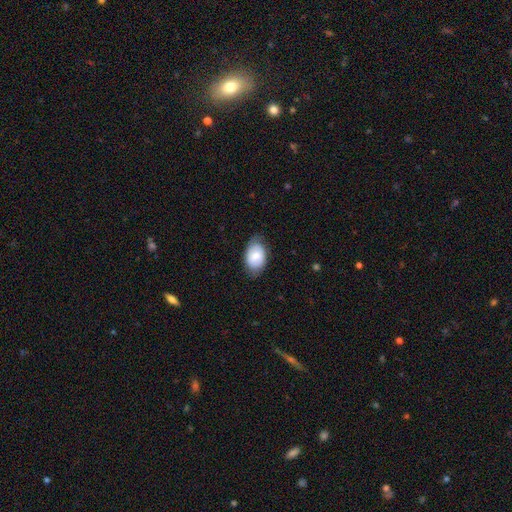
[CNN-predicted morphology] smooth 69%, featured or disk 24%, star or artifact 7%. Down the decision tree: how rounded — in between (86%); merging — none (72%).